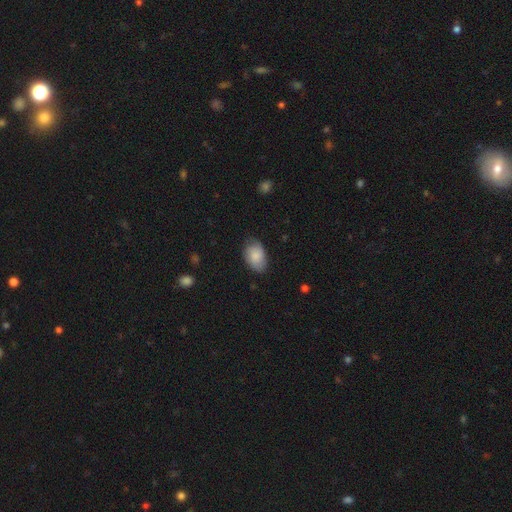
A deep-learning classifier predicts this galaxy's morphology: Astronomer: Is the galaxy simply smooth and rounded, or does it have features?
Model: smooth — 80%.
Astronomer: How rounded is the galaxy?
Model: in between — 88%.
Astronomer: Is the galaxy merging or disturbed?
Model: none — 70%.